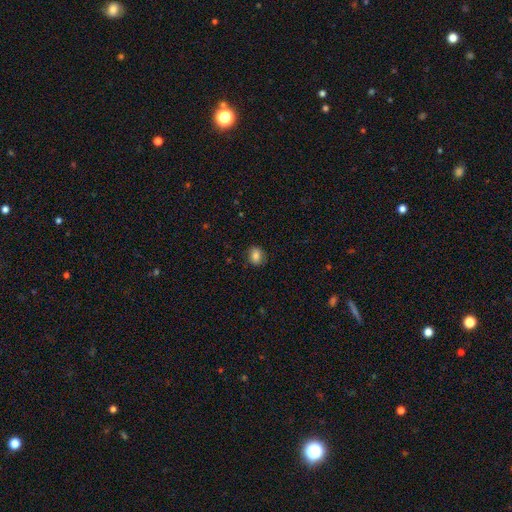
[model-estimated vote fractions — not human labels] A smooth galaxy with no disk features (80%) that is round (59%).

Vote fractions:
- Smooth or featured? smooth: 80% / star or artifact: 10% / featured or disk: 10%
- How rounded? round: 59% / in between: 40% / cigar-shaped: 1%
- Merging? none: 81% / minor disturbance: 14% / major disturbance: 3% / merger: 1%